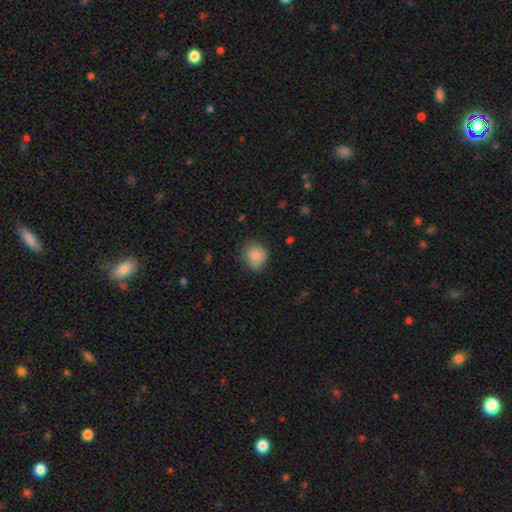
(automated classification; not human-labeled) Overall: smooth (84%). How rounded: round (70%). Merging: none (75%).